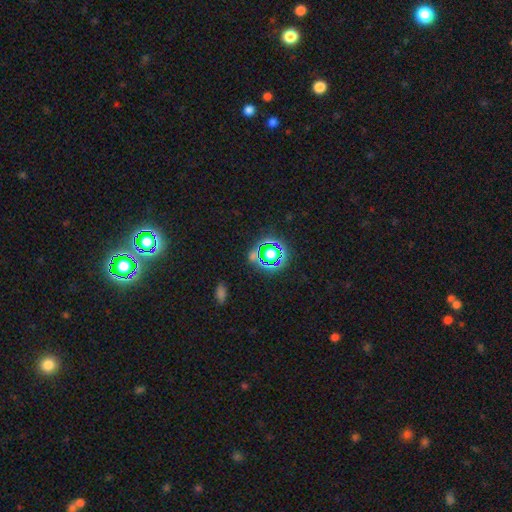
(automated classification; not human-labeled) A star or artifact, not a galaxy (68%).

Vote fractions:
- Smooth or featured? star or artifact: 68% / smooth: 23% / featured or disk: 9%